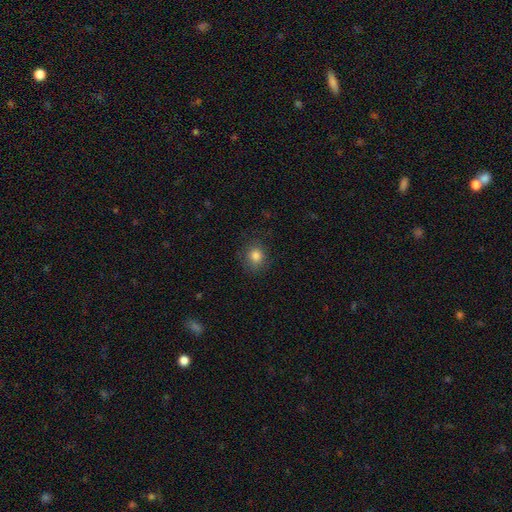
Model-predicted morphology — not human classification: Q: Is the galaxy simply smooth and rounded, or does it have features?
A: smooth — 83%.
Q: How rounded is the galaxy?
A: round — 74%.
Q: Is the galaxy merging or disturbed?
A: none — 83%.